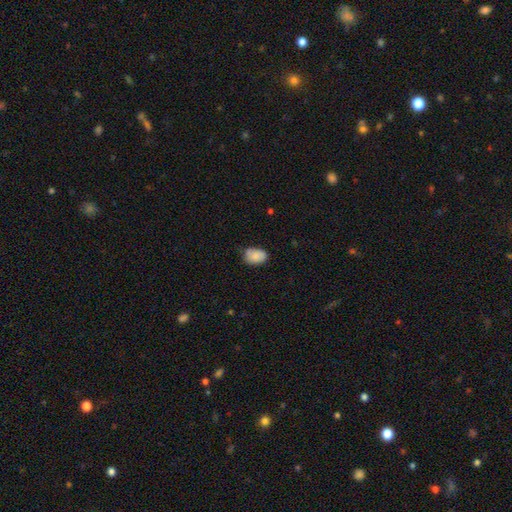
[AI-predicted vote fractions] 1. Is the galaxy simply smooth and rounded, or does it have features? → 84% smooth, 9% featured or disk, 8% star or artifact.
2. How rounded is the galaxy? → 80% in between, 19% round, 1% cigar-shaped.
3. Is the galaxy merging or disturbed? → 58% none, 33% minor disturbance, 6% major disturbance, 3% merger.